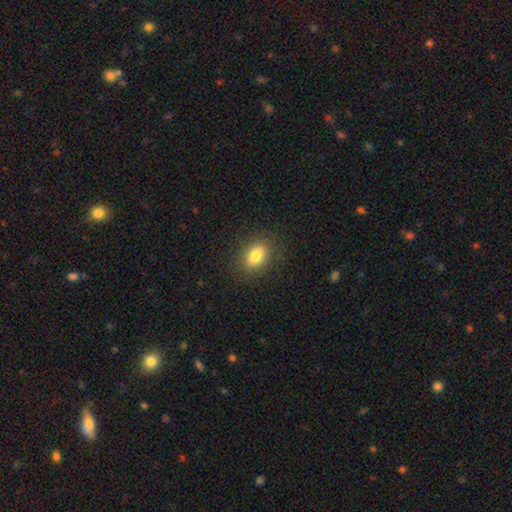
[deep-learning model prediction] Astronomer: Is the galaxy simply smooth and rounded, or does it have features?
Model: smooth — 81%.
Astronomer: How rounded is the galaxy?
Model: in between — 77%.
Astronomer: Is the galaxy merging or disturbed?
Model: none — 86%.